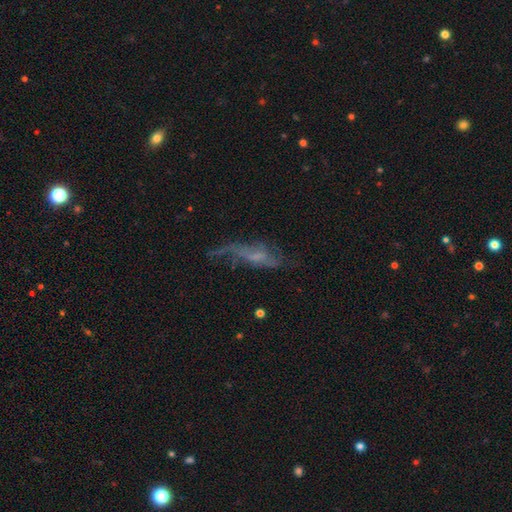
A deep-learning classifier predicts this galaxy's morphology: Smooth or featured: featured or disk — 57% (smooth — 30%)
Edge-on disk: no — 77% (yes — 23%)
Merging: none — 37% (major disturbance — 36%)